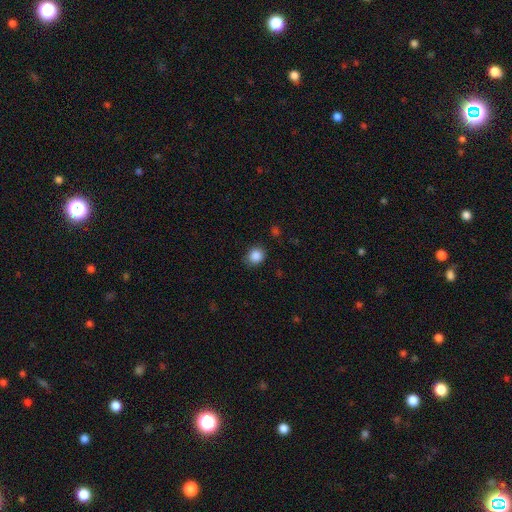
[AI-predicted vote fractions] A smooth galaxy with no disk features (87%) that is round (71%). Merging: none (80%).